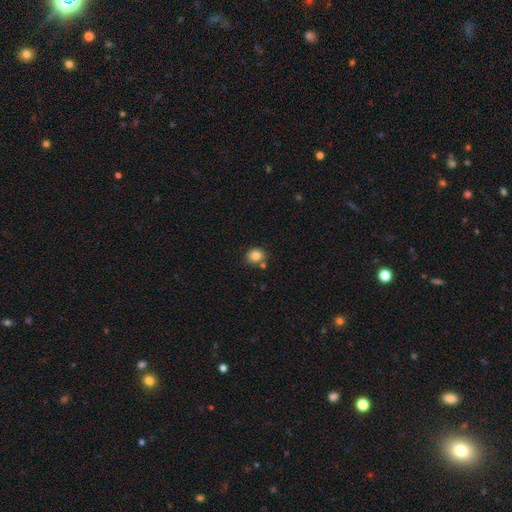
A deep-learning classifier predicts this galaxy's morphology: type=smooth (83%); roundness=round (72%); merging=none (72%).